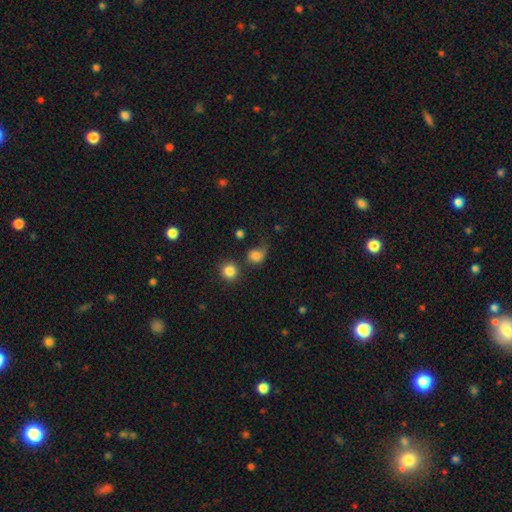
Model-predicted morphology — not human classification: type=smooth (77%); roundness=round (66%); merging=none (34%).